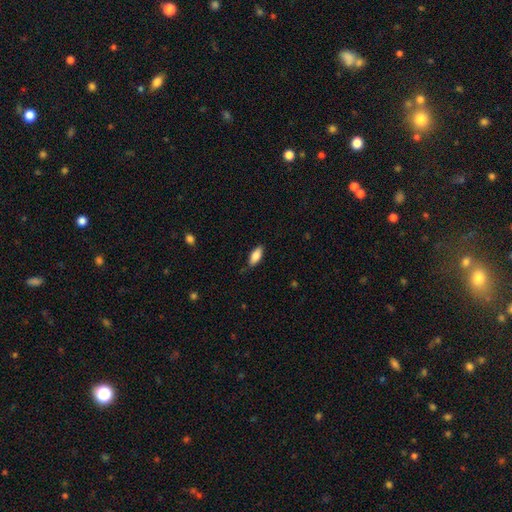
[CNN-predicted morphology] type=smooth (84%); roundness=in between (83%); merging=none (78%).